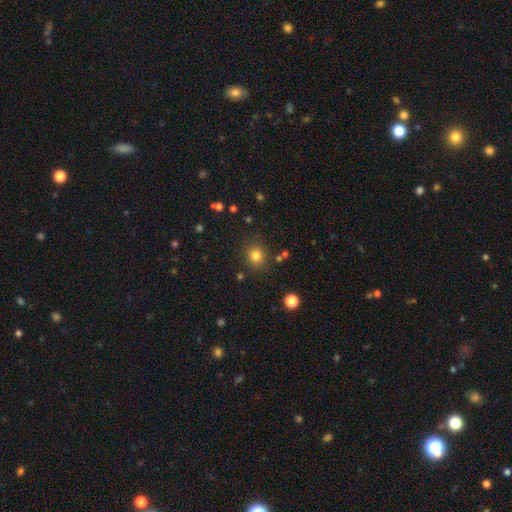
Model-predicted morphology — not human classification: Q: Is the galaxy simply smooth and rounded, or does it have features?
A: smooth — 81%.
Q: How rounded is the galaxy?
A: round — 84%.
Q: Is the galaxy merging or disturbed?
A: none — 85%.